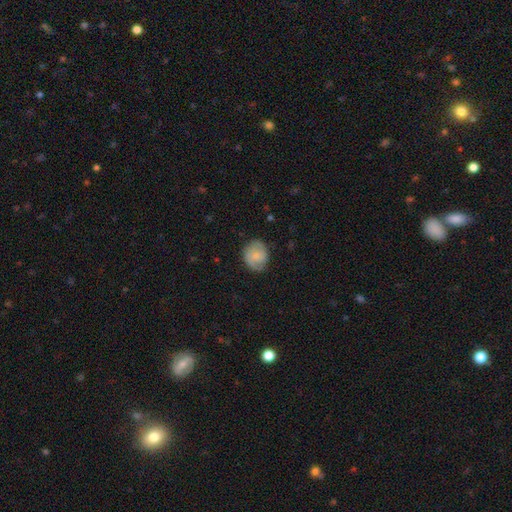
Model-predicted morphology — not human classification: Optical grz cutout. It shows a smooth galaxy with no disk features (57%) that is round (69%). Merging: none (73%).